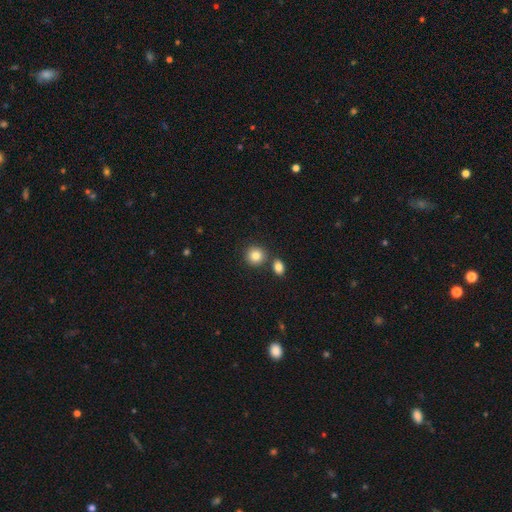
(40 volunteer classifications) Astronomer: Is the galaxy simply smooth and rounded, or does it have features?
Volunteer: smooth — 85%.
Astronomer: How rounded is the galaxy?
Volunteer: round — 85%.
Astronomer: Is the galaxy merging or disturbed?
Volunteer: none — 58%.